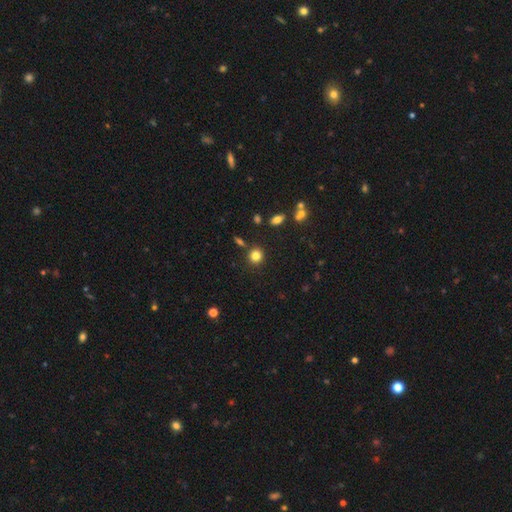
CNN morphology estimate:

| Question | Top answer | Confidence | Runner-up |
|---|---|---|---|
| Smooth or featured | smooth | 82% | star or artifact (12%) |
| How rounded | round | 87% | in between (11%) |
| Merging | none | 85% | minor disturbance (8%) |